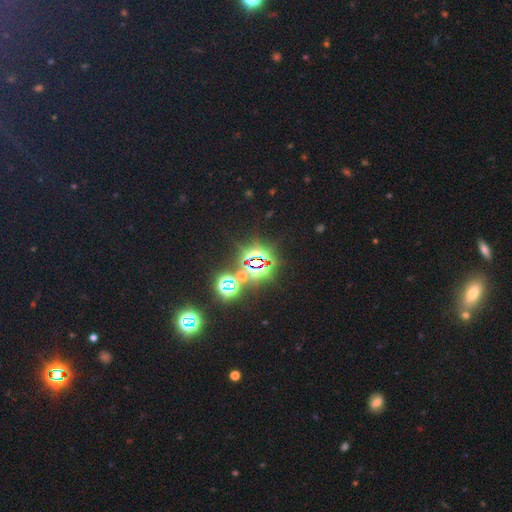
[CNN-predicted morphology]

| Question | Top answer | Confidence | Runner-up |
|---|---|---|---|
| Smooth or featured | star or artifact | 82% | smooth (11%) |